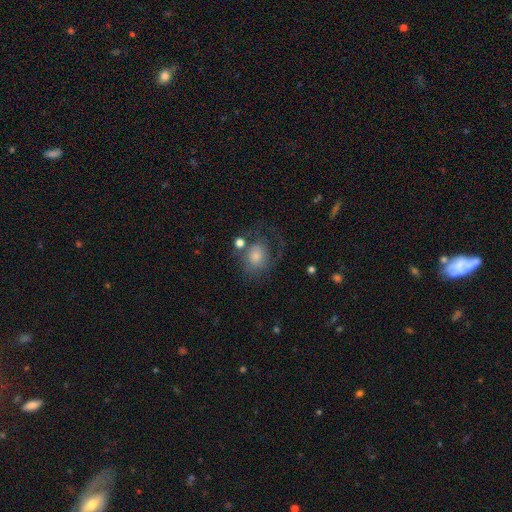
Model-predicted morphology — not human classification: Overall: smooth (45%; featured or disk 41%). Merging: none (48%; major disturbance 26%).